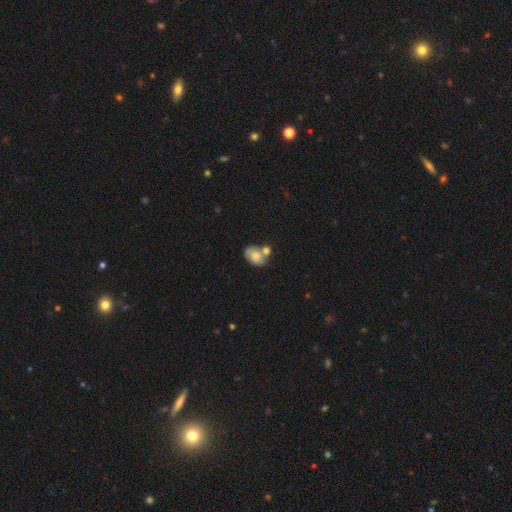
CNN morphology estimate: A smooth galaxy with no disk features (65%) that is in between round and cigar-shaped (74%).

Vote fractions:
- Smooth or featured? smooth: 65% / featured or disk: 27% / star or artifact: 8%
- How rounded? in between: 74% / round: 25% / cigar-shaped: 1%
- Merging? none: 42% / merger: 35% / minor disturbance: 17% / major disturbance: 6%